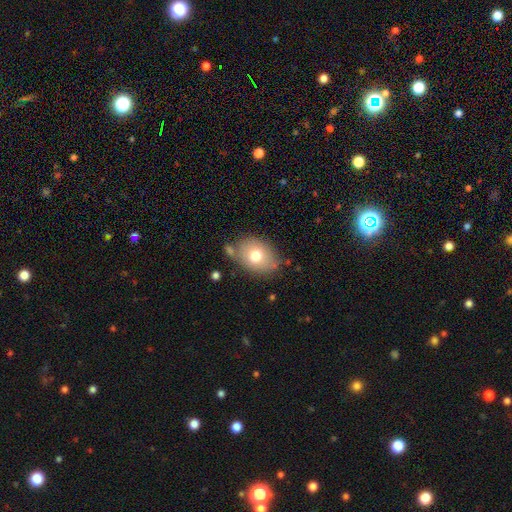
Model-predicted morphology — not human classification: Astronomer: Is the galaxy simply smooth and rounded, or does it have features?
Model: smooth — 72%.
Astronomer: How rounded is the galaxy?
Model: in between — 70%.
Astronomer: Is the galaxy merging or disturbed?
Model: none — 70%.